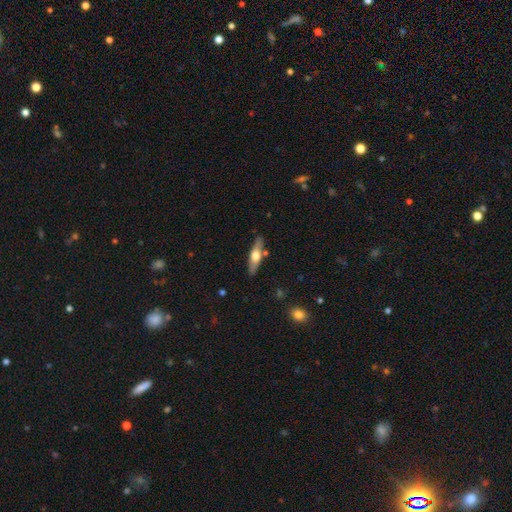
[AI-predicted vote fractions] featured or disk 51%, smooth 44%, star or artifact 5%. Down the decision tree: edge-on disk — yes (87%); merging — none (82%).